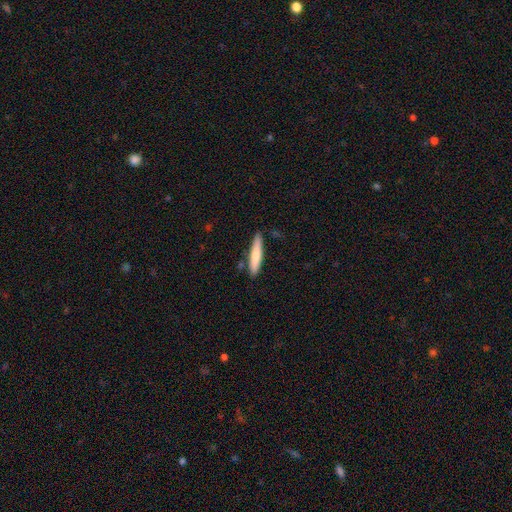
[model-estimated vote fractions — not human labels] This appears to be a smooth galaxy with no disk features (73%) that is cigar-shaped (87%). Merging: none (83%).